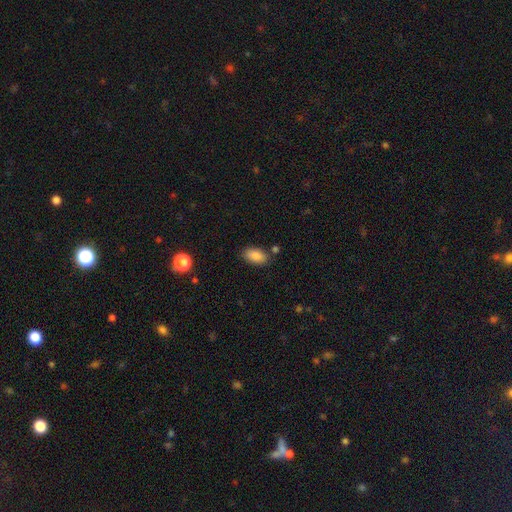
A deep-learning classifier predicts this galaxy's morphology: Smooth or featured? Predicted: smooth (p=0.87). How rounded? Predicted: in between (p=0.93). Merging? Predicted: none (p=0.80).